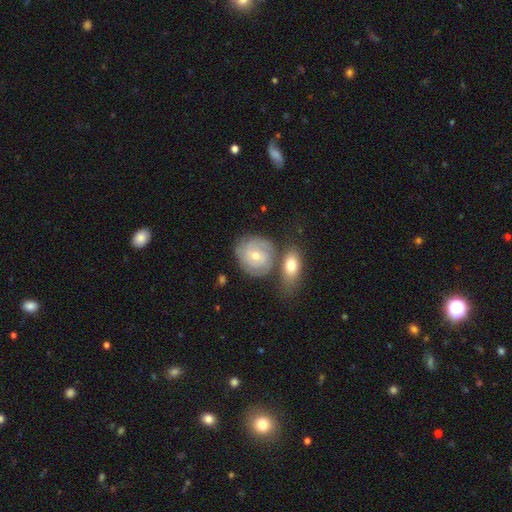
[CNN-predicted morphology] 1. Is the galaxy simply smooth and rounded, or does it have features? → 68% featured or disk, 26% smooth, 6% star or artifact.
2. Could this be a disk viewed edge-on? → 96% no, 4% yes.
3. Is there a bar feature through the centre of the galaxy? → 62% no, 32% weak, 6% strong.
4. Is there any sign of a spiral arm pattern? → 88% yes, 12% no.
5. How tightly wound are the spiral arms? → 73% tight, 22% medium, 6% loose.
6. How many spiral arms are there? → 38% can't tell, 28% 2, 19% 3, 7% 4, 4% 1, 4% more than 4.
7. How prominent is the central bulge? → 51% moderate, 46% small, 2% large, 1% none, 1% dominant.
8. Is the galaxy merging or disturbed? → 59% none, 20% merger, 16% minor disturbance, 5% major disturbance.